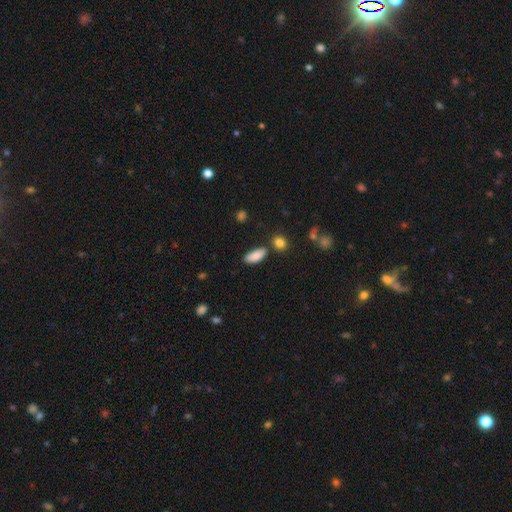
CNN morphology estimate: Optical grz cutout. It shows a smooth galaxy with no disk features (87%) that is in between round and cigar-shaped (79%). Merging: none (75%).